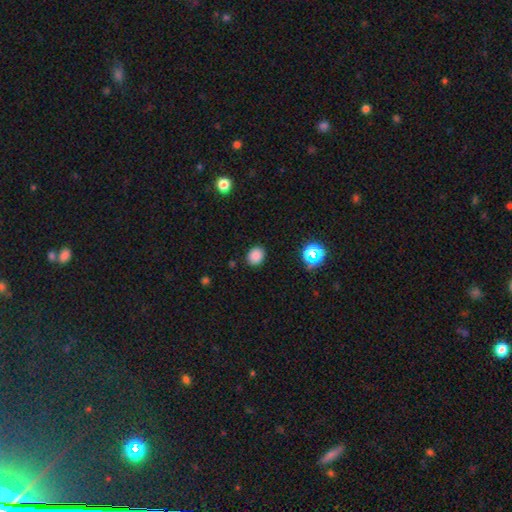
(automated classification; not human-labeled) The model was most divided on "how rounded": round: 56%, in between: 43%, cigar-shaped: 1%. More confident: merging — none (87%); smooth or featured — smooth (82%).